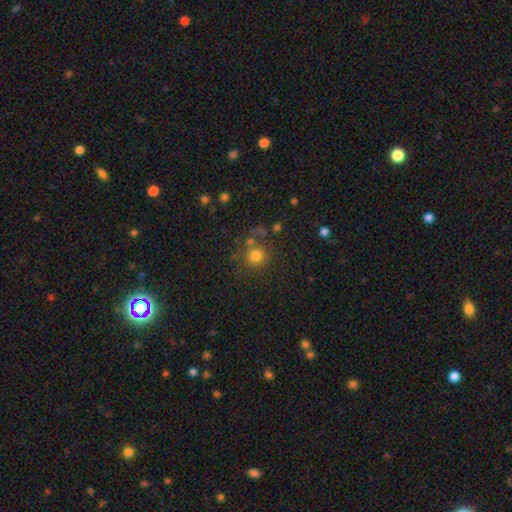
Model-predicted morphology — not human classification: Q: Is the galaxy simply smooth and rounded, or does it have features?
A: smooth — 76%.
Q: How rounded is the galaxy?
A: round — 90%.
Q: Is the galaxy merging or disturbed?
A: none — 68%.